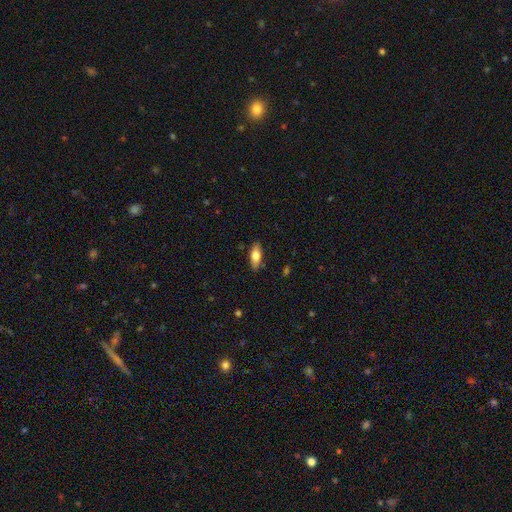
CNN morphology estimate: Overall: smooth (68%). How rounded: in between (70%). Merging: none (85%).